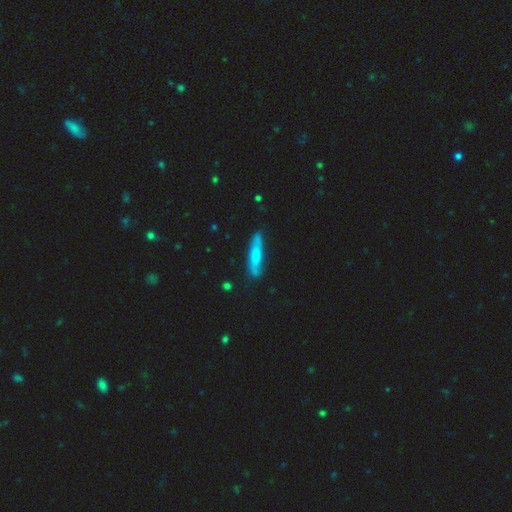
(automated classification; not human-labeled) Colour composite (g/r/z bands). It shows a smooth galaxy with no disk features (56%) that is cigar-shaped (84%). Merging: none (75%).